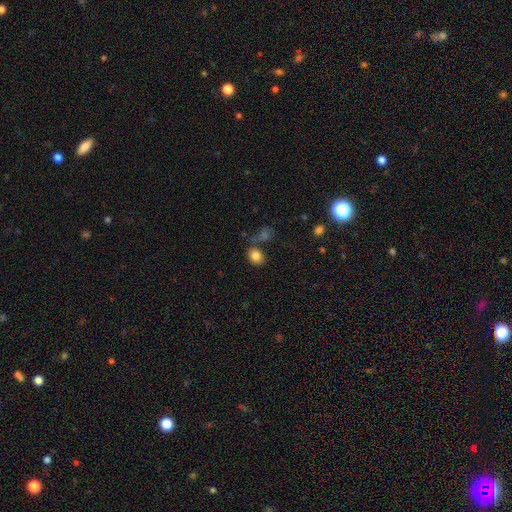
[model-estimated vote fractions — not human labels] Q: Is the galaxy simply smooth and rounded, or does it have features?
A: smooth — 83%.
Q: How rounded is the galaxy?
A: round — 51%.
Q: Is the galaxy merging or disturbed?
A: none — 68%.